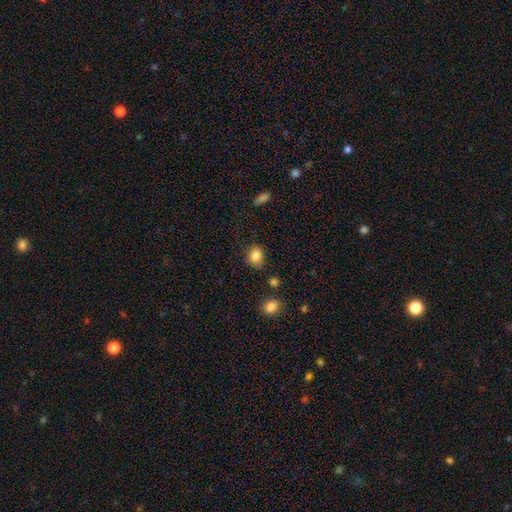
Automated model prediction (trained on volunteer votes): The model was most divided on "how rounded": round: 53%, in between: 46%, cigar-shaped: 1%. More confident: smooth or featured — smooth (84%); merging — none (72%).